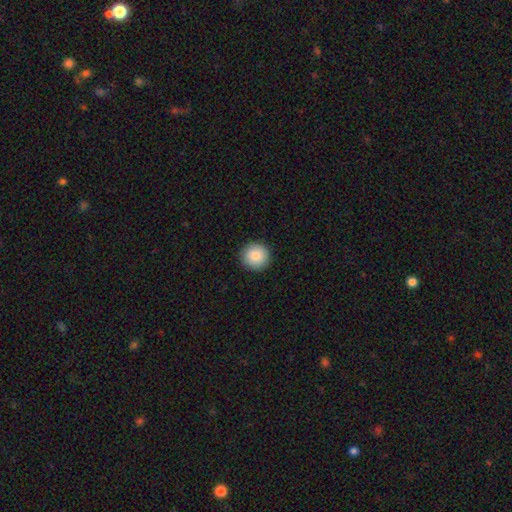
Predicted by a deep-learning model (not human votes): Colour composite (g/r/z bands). It shows a smooth galaxy with no disk features (86%) that is round (95%). Merging: none (93%).